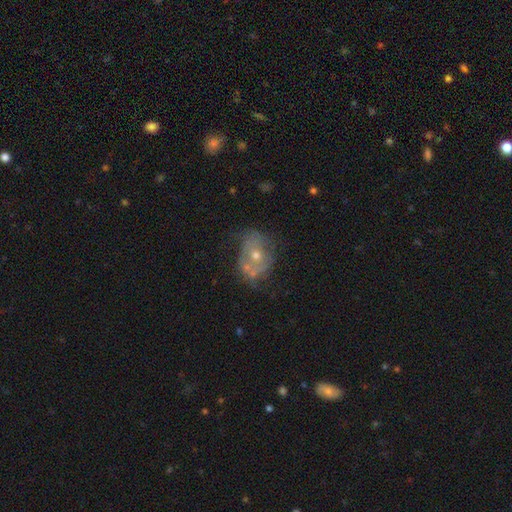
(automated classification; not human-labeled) This appears to be a featured or disk galaxy (53%) with no bar (85%), no spiral arms (65%) and a moderate central bulge (57%). Merging: none (40%).